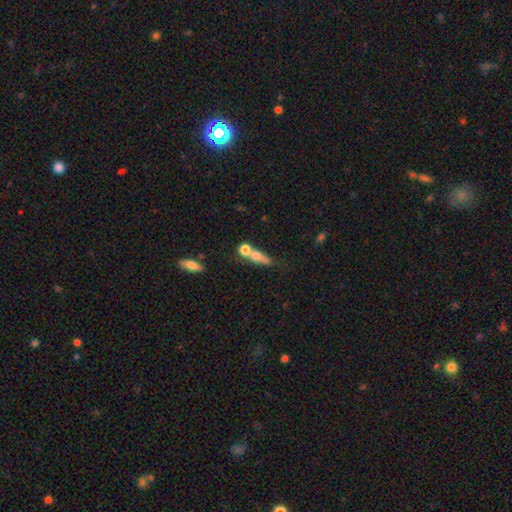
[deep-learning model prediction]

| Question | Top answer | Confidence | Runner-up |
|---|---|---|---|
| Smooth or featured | smooth | 63% | featured or disk (27%) |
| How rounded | in between | 41% | round (30%) |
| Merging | merger | 55% | none (28%) |